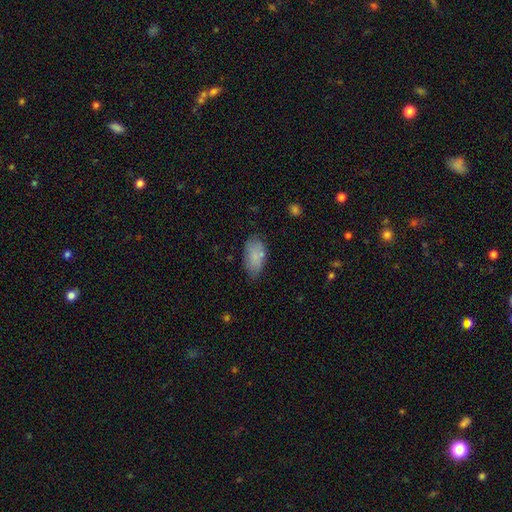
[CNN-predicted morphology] Smooth or featured? smooth (80%)
How rounded? in between (93%)
Merging? none (64%)